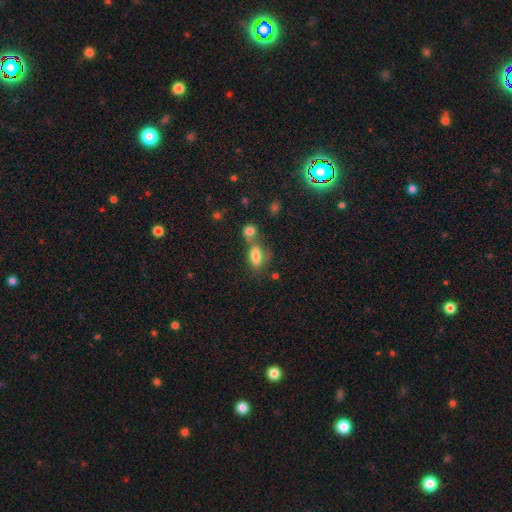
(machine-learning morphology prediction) Smooth or featured? Predicted: smooth (p=0.80). How rounded? Predicted: in between (p=0.85). Merging? Predicted: none (p=0.43).